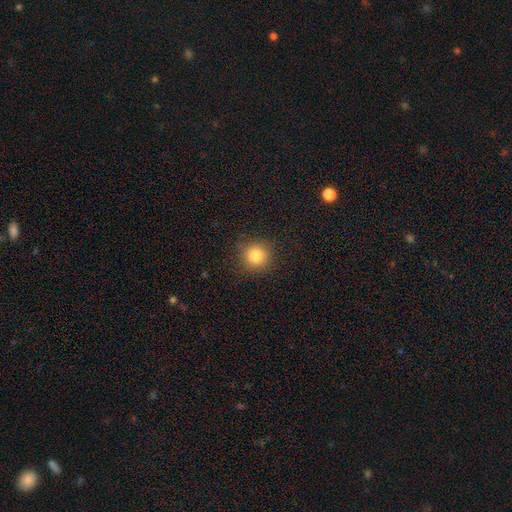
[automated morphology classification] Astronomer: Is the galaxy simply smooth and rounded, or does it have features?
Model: smooth — 82%.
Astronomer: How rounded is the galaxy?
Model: round — 93%.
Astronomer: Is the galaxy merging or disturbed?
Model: none — 89%.